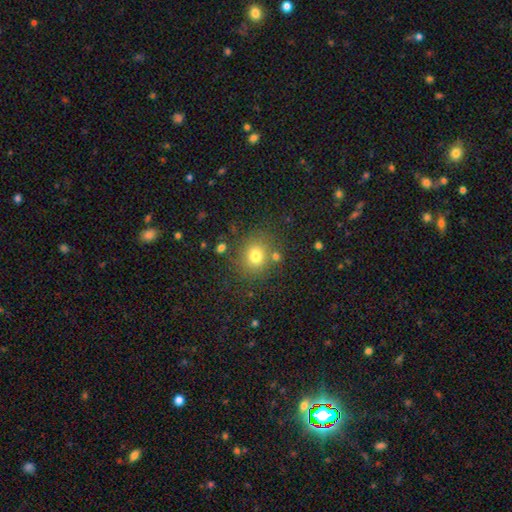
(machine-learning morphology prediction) Q: Smooth or featured?
A: smooth (75%); runner-up: star or artifact (15%)
Q: How rounded?
A: round (78%); runner-up: in between (21%)
Q: Merging?
A: none (78%); runner-up: minor disturbance (11%)